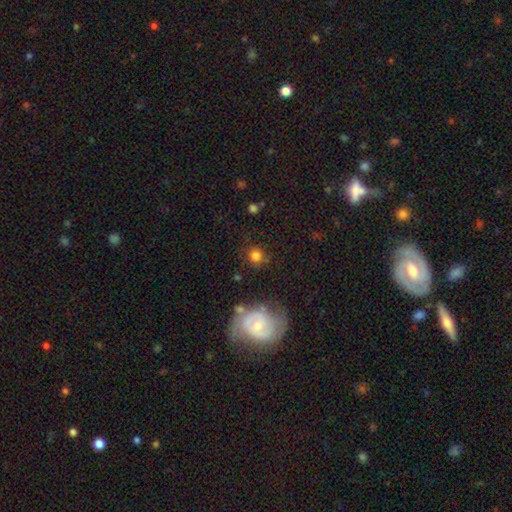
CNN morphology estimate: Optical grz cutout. It shows a smooth galaxy with no disk features (76%) that is round (88%). Merging: none (75%).